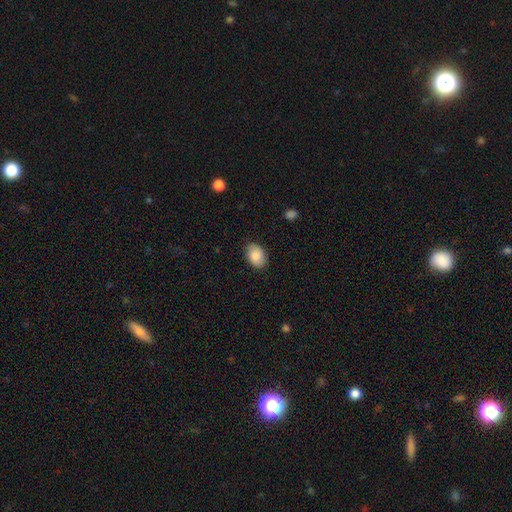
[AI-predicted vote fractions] smooth-or-featured: smooth: 85% | featured or disk: 8% | star or artifact: 7%
  how-rounded: in between: 83% | round: 16% | cigar-shaped: 1%
  merging: none: 83% | minor disturbance: 13% | major disturbance: 2% | merger: 1%